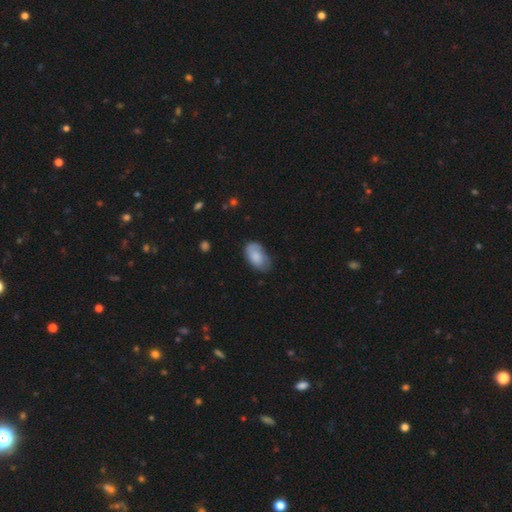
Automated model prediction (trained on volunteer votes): smooth-or-featured: smooth: 81% | featured or disk: 13% | star or artifact: 6%
  how-rounded: in between: 94% | round: 5% | cigar-shaped: 2%
  merging: none: 65% | minor disturbance: 27% | major disturbance: 6% | merger: 2%